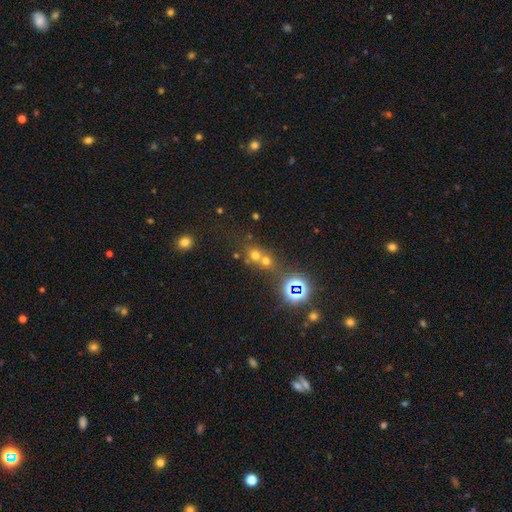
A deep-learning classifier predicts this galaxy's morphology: smooth_or_featured: smooth (p=0.49) [alt: star or artifact p=0.38]
merging: merger (p=0.45) [alt: none p=0.44]